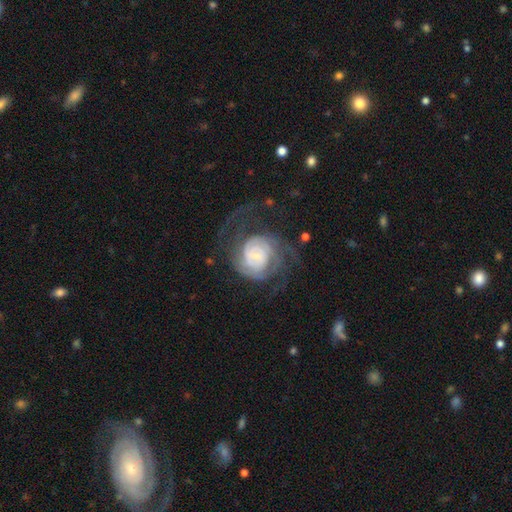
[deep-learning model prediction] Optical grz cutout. It shows a featured or disk galaxy (83%) with no bar (52%), 2 (36%) tight (54%) spiral arms (95%) and a small central bulge (64%). Merging: none (52%).